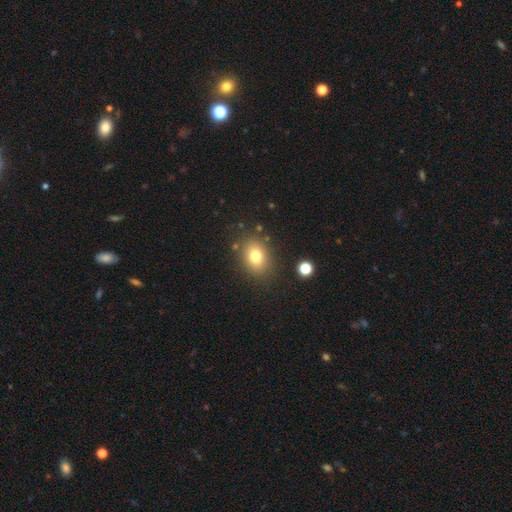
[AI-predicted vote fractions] Smooth or featured?
  - smooth: 77% *
  - star or artifact: 12%
  - featured or disk: 11%
How rounded?
  - in between: 61% *
  - round: 38%
  - cigar-shaped: 1%
Merging?
  - none: 83% *
  - minor disturbance: 10%
  - major disturbance: 4%
  - merger: 3%